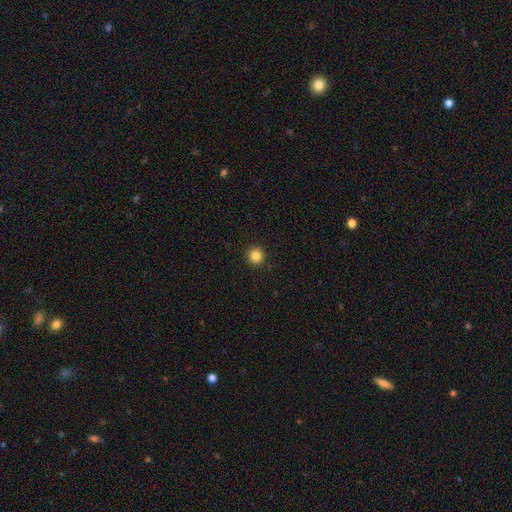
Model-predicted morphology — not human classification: Q: Smooth or featured?
A: smooth (85%); runner-up: star or artifact (11%)
Q: How rounded?
A: round (95%); runner-up: in between (4%)
Q: Merging?
A: none (93%); runner-up: minor disturbance (4%)